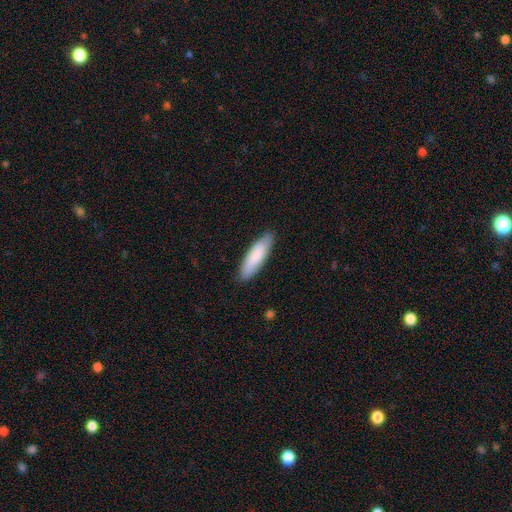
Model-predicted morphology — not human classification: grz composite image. It shows a smooth galaxy with no disk features (84%) that is cigar-shaped (60%). Merging: none (87%).